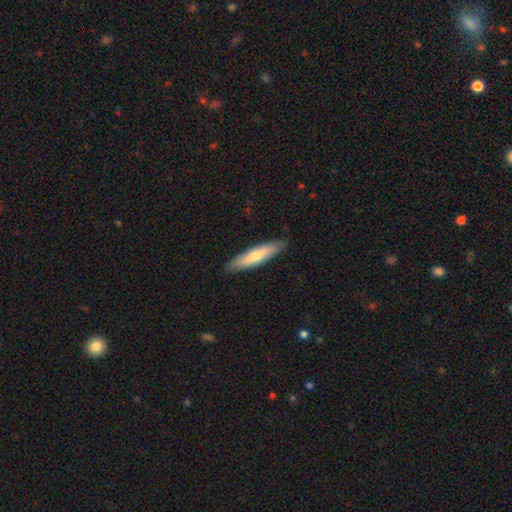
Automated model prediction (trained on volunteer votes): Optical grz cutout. It shows a smooth galaxy with no disk features (61%) that is cigar-shaped (81%). Merging: none (88%).